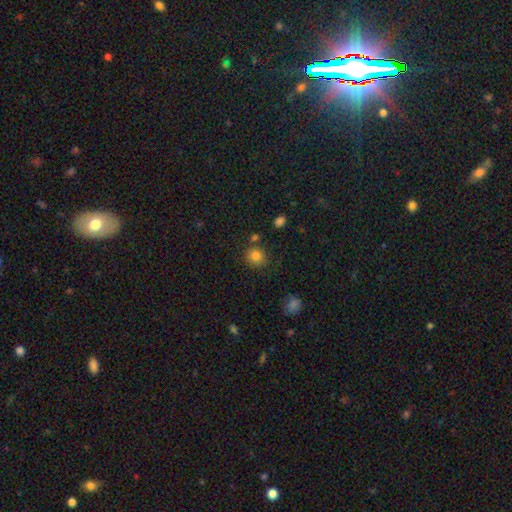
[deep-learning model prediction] smooth-or-featured: smooth: 83% | star or artifact: 12% | featured or disk: 5%
  how-rounded: round: 81% | in between: 18% | cigar-shaped: 1%
  merging: none: 78% | minor disturbance: 12% | merger: 7% | major disturbance: 4%